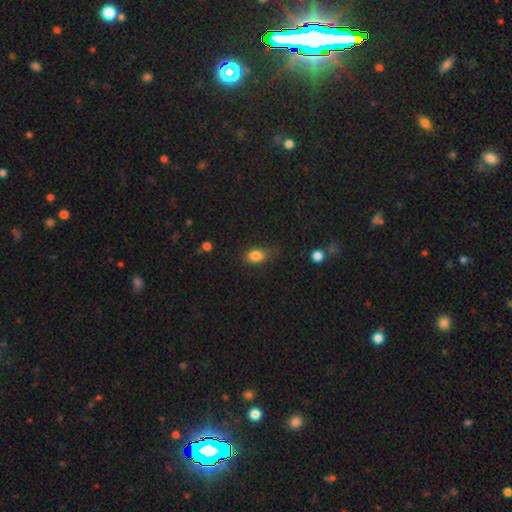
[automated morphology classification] A smooth galaxy with no disk features (85%) that is in between round and cigar-shaped (74%). Merging: none (67%).